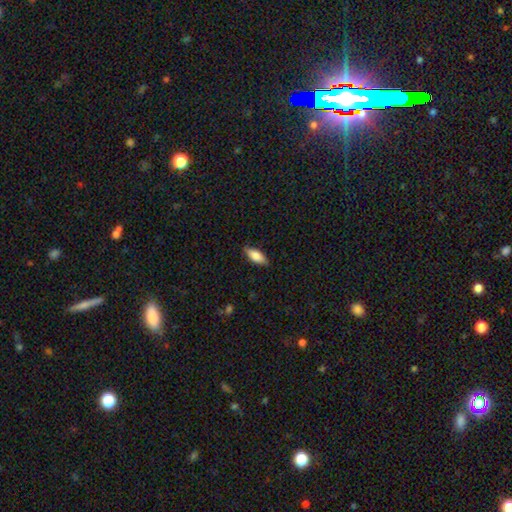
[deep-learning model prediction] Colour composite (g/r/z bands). It shows a smooth galaxy with no disk features (80%) that is in between round and cigar-shaped (78%). Merging: none (86%).